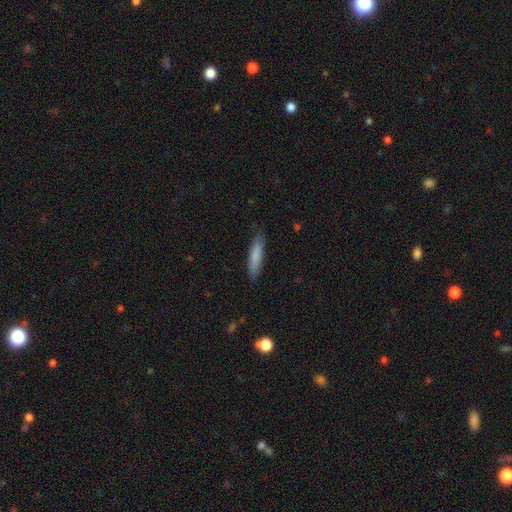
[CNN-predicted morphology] A smooth galaxy with no disk features (81%) that is cigar-shaped (83%). Merging: none (86%).